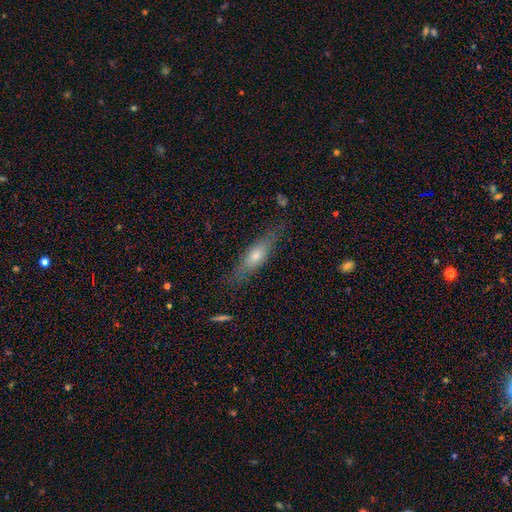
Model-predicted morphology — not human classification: A smooth galaxy with no disk features (47%).

Vote fractions:
- Smooth or featured? smooth: 47% / featured or disk: 44% / star or artifact: 8%
- Merging? none: 81% / minor disturbance: 14% / major disturbance: 4% / merger: 2%